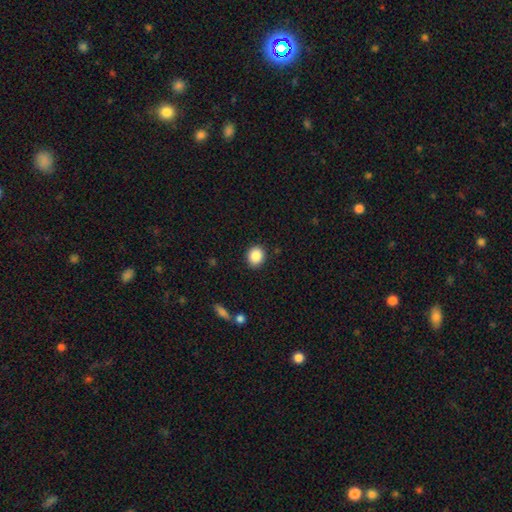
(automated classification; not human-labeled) This appears to be a smooth galaxy with no disk features (88%) that is round (74%). Merging: none (90%).